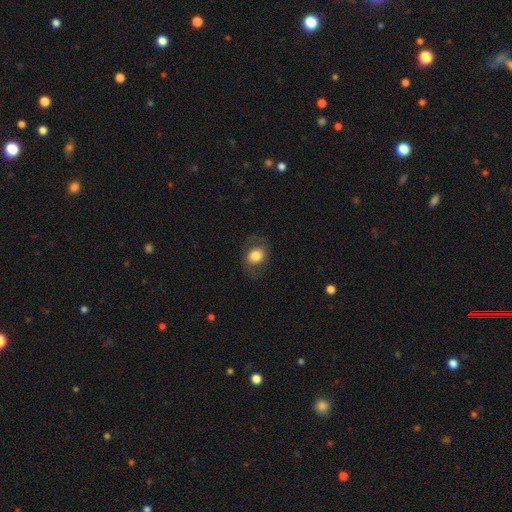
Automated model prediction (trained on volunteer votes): Q: Smooth or featured?
A: smooth (68%); runner-up: featured or disk (25%)
Q: How rounded?
A: in between (50%); runner-up: round (49%)
Q: Merging?
A: none (74%); runner-up: minor disturbance (15%)